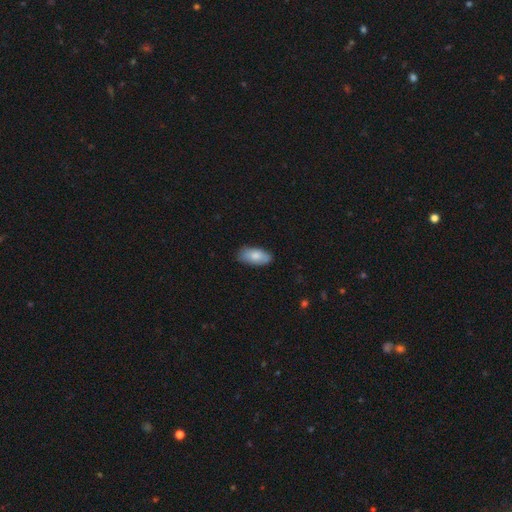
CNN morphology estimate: Overall: smooth (81%). How rounded: in between (90%). Merging: none (82%).